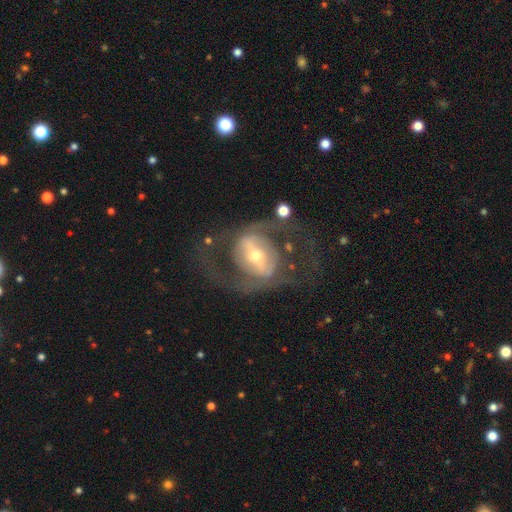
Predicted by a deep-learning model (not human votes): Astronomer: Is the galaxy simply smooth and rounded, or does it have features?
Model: featured or disk — 82%.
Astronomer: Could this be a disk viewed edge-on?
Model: no — 95%.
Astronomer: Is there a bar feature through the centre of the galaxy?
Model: strong — 49% (runner-up: weak, 31%).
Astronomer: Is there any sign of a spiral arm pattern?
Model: yes — 75%.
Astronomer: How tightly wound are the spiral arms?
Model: medium — 51% (runner-up: loose, 28%).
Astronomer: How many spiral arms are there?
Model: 2 — 83%.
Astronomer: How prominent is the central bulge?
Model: moderate — 48% (runner-up: small, 45%).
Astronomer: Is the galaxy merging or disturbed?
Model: none — 58%.